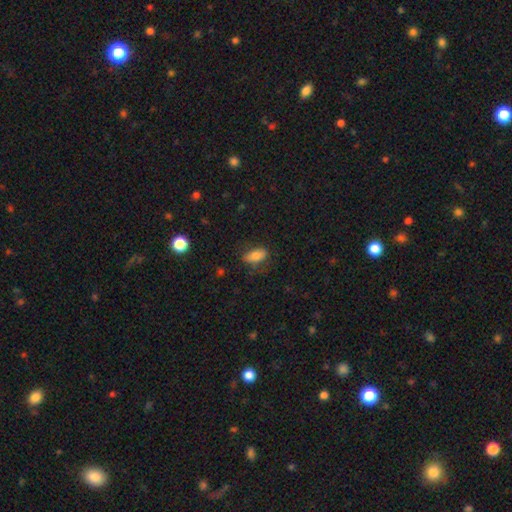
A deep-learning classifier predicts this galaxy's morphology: Smooth or featured?
  - smooth: 77% *
  - featured or disk: 14%
  - star or artifact: 8%
How rounded?
  - in between: 86% *
  - cigar-shaped: 10%
  - round: 5%
Merging?
  - none: 71% *
  - minor disturbance: 20%
  - major disturbance: 7%
  - merger: 1%